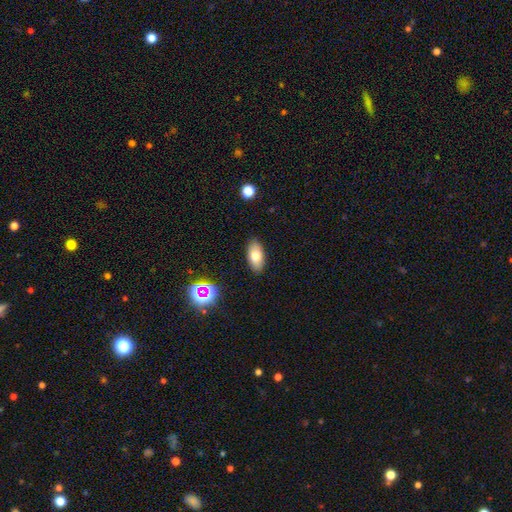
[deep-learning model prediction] A smooth galaxy with no disk features (74%) that is in between round and cigar-shaped (91%). Merging: none (88%).